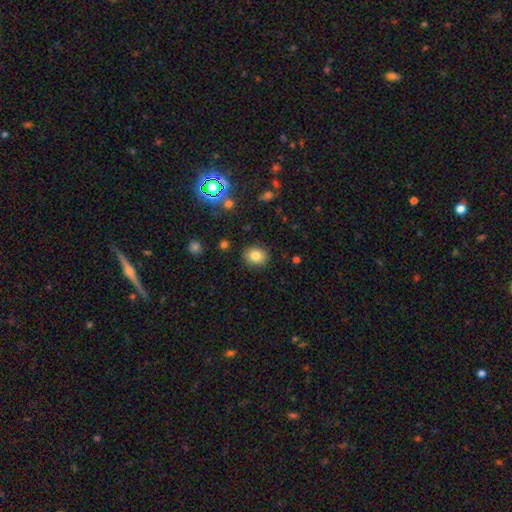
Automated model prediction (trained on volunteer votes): Q: Smooth or featured?
A: smooth (80%); runner-up: star or artifact (12%)
Q: How rounded?
A: round (58%); runner-up: in between (41%)
Q: Merging?
A: none (88%); runner-up: minor disturbance (8%)